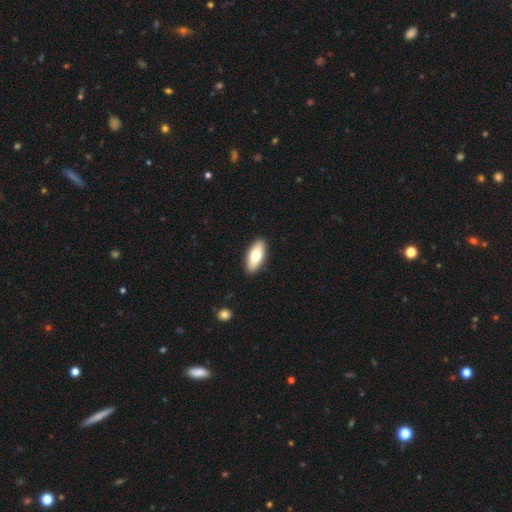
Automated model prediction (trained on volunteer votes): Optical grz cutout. It shows a smooth galaxy with no disk features (69%) that is in between round and cigar-shaped (81%). Merging: none (90%).